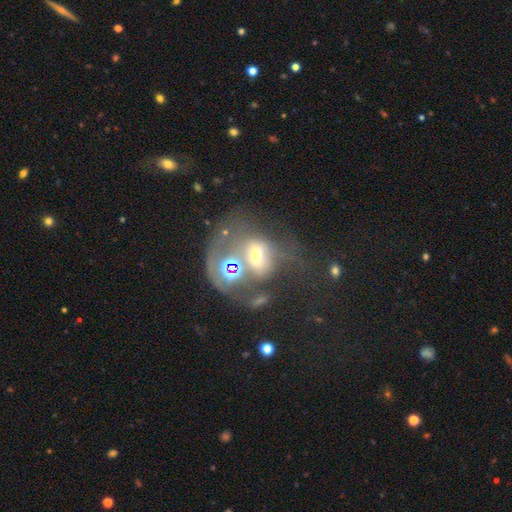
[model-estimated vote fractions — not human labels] Smooth or featured?
  - smooth: 39% *
  - featured or disk: 38%
  - star or artifact: 22%
Merging?
  - merger: 38% *
  - major disturbance: 30%
  - none: 20%
  - minor disturbance: 12%